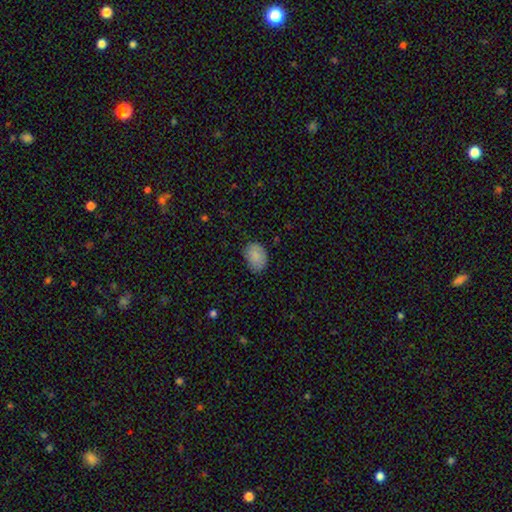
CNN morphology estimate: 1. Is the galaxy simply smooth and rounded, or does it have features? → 87% smooth, 7% star or artifact, 5% featured or disk.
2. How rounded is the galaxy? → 77% in between, 22% round, 1% cigar-shaped.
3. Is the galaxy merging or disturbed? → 78% none, 18% minor disturbance, 3% major disturbance, 1% merger.